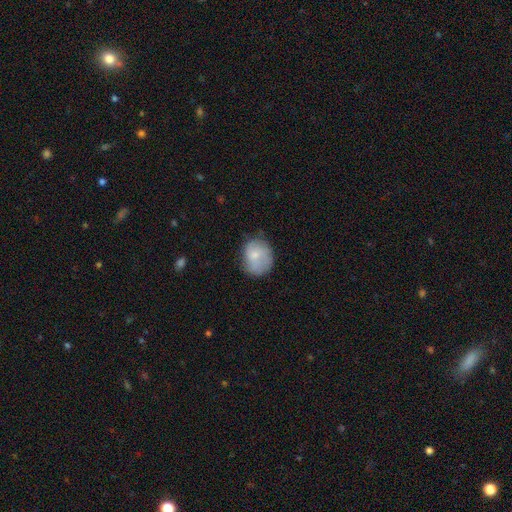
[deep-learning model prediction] Q: Smooth or featured?
A: smooth (68%); runner-up: featured or disk (24%)
Q: How rounded?
A: round (68%); runner-up: in between (32%)
Q: Merging?
A: none (60%); runner-up: minor disturbance (28%)